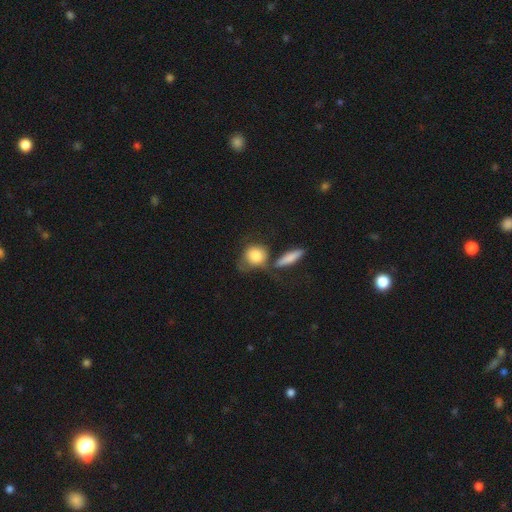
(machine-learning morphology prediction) type=smooth (79%); roundness=round (62%); merging=none (38%).